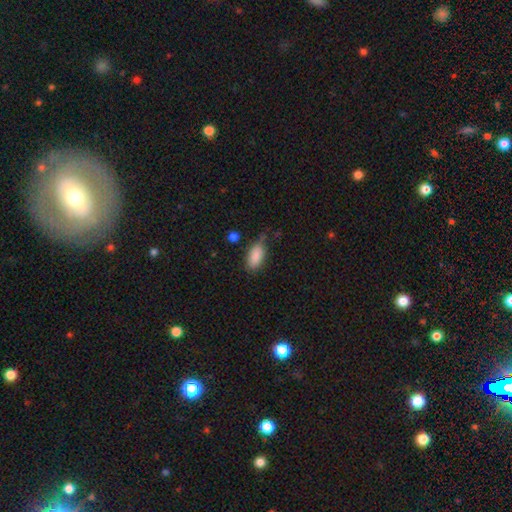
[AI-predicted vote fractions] A smooth galaxy with no disk features (88%) that is in between round and cigar-shaped (90%).

Vote fractions:
- Smooth or featured? smooth: 88% / star or artifact: 7% / featured or disk: 5%
- How rounded? in between: 90% / cigar-shaped: 7% / round: 3%
- Merging? none: 61% / minor disturbance: 29% / major disturbance: 7% / merger: 3%